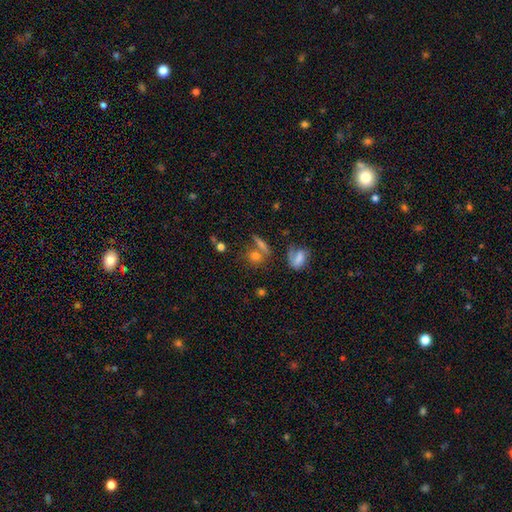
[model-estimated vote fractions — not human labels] smooth 61%, star or artifact 20%, featured or disk 20%. Down the decision tree: how rounded — round (63%); merging — none (62%).